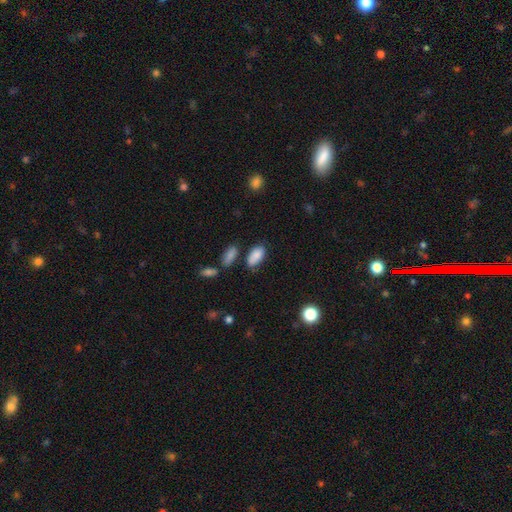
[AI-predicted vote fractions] smooth-or-featured: smooth: 86% | star or artifact: 7% | featured or disk: 7%
  how-rounded: in between: 94% | round: 3% | cigar-shaped: 3%
  merging: none: 71% | minor disturbance: 18% | merger: 7% | major disturbance: 4%